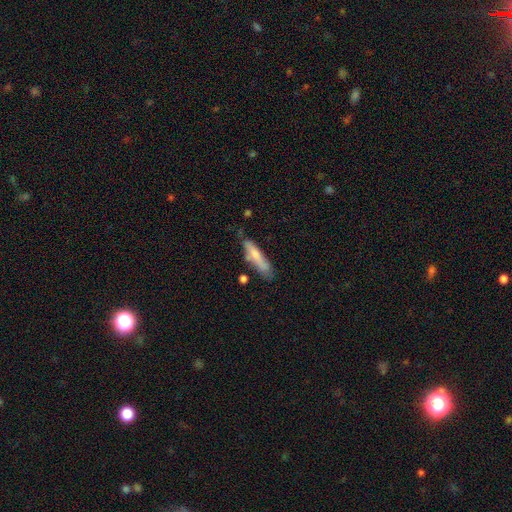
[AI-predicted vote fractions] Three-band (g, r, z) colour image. It shows a smooth galaxy with no disk features (70%) that is cigar-shaped (77%). Merging: none (61%).